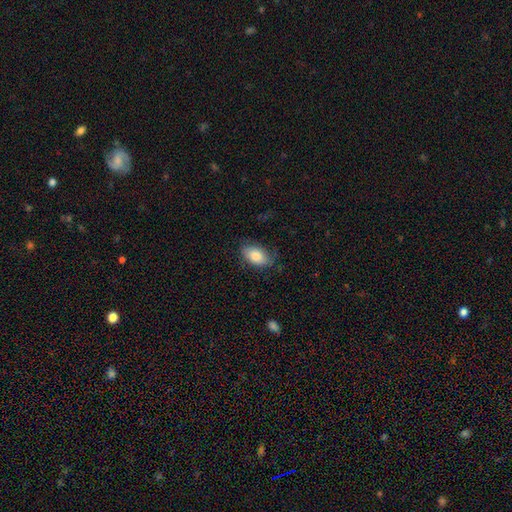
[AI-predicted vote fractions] This appears to be a smooth galaxy with no disk features (84%) that is in between round and cigar-shaped (93%). Merging: none (72%).